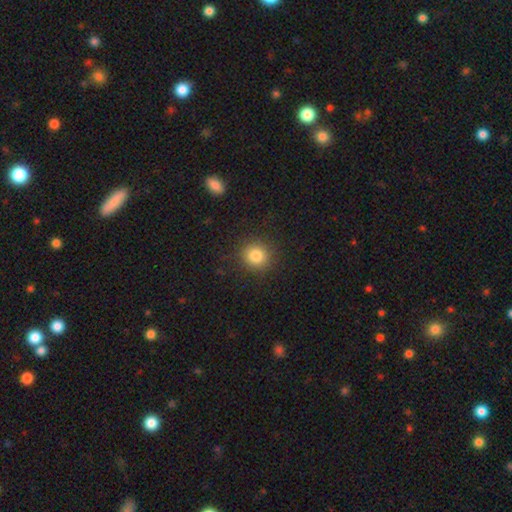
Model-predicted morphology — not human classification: Smooth or featured?
  - smooth: 82% *
  - star or artifact: 12%
  - featured or disk: 6%
How rounded?
  - round: 89% *
  - in between: 10%
  - cigar-shaped: 1%
Merging?
  - none: 89% *
  - minor disturbance: 7%
  - major disturbance: 3%
  - merger: 1%